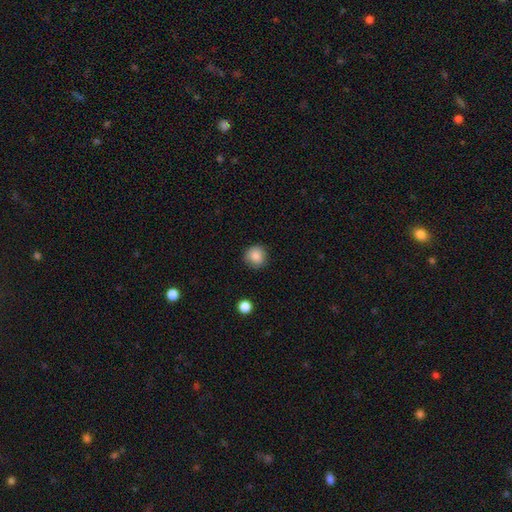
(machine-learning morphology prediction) Smooth or featured? Predicted: smooth (p=0.86). How rounded? Predicted: round (p=0.92). Merging? Predicted: none (p=0.88).